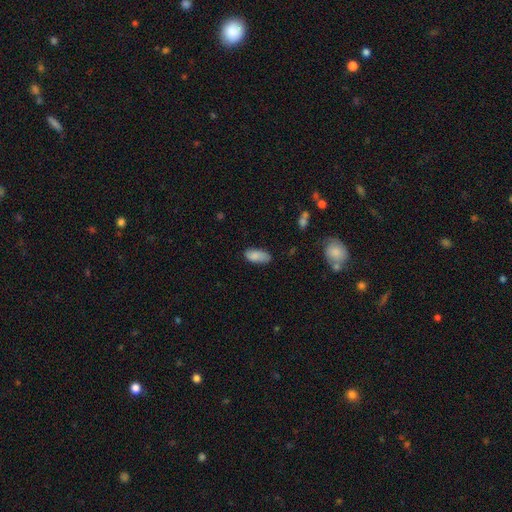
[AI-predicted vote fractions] Overall: smooth (84%). How rounded: in between (89%). Merging: none (69%).